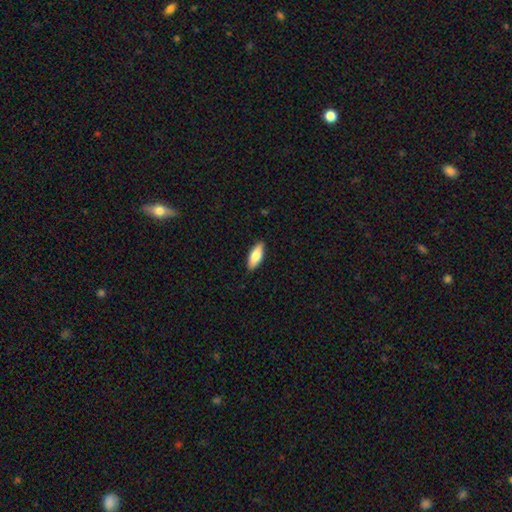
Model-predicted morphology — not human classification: This appears to be a smooth galaxy with no disk features (77%) that is in between round and cigar-shaped (73%). Merging: none (88%).